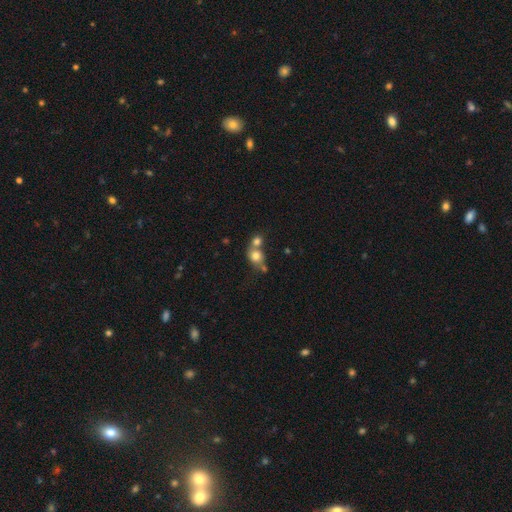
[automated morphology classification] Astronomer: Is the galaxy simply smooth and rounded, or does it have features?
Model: smooth — 76%.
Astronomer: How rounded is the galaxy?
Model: round — 70%.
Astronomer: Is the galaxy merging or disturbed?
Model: merger — 55% (runner-up: none, 33%).